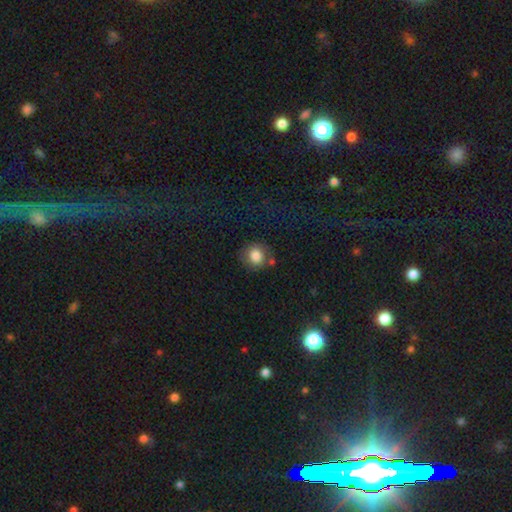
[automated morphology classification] smooth_or_featured: smooth (p=0.81) [alt: star or artifact p=0.10]
how_rounded: round (p=0.81) [alt: in between p=0.18]
merging: none (p=0.68) [alt: minor disturbance p=0.18]